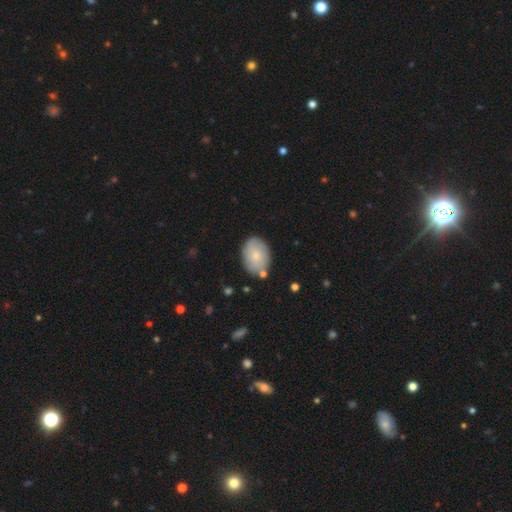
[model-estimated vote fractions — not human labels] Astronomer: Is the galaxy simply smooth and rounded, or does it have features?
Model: smooth — 73%.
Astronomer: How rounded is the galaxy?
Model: in between — 81%.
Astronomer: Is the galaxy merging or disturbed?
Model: none — 78%.